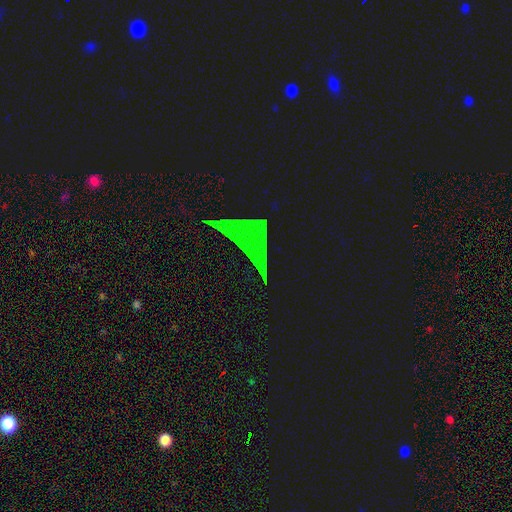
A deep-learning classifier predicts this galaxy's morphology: type=star or artifact (70%).